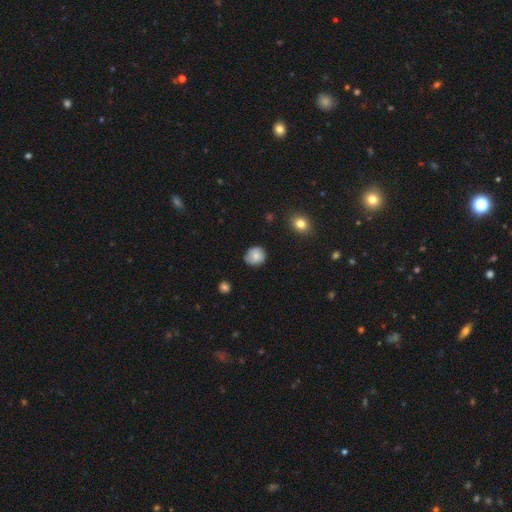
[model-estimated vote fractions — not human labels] The model was most divided on "merging": none: 71%, minor disturbance: 24%, major disturbance: 4%, merger: 1%. More confident: how rounded — round (80%); smooth or featured — smooth (79%).